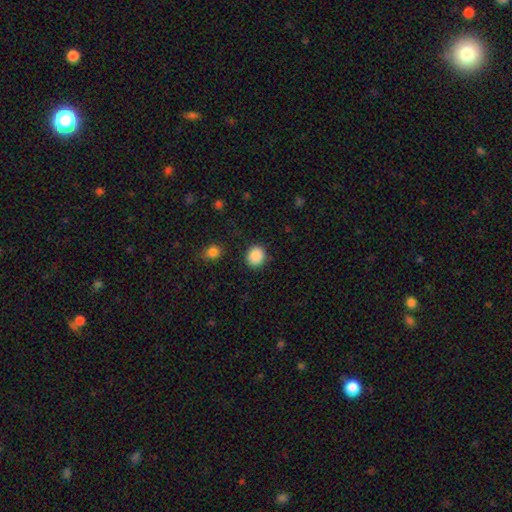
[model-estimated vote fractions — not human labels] Morphology: type=smooth (88%); roundness=round (83%); merging=none (87%).